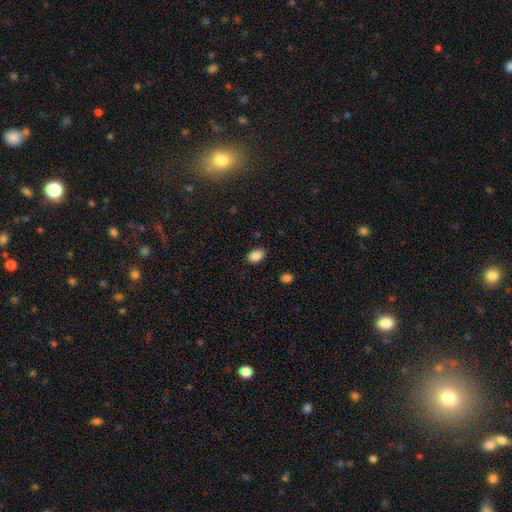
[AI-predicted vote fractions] Smooth or featured: smooth — 87% (star or artifact — 8%)
How rounded: in between — 84% (round — 15%)
Merging: none — 87% (minor disturbance — 9%)